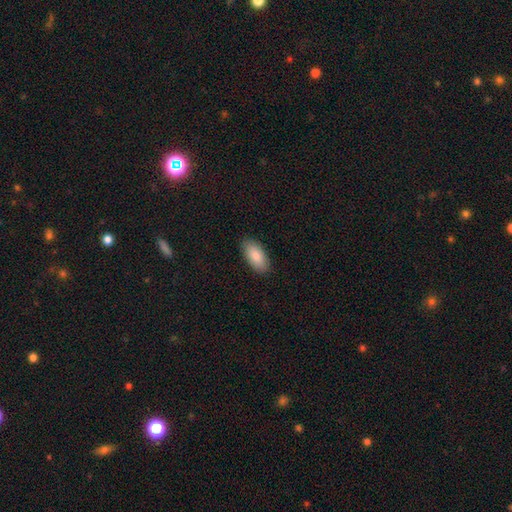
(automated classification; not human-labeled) The model was most divided on "merging": none: 88%, minor disturbance: 9%, major disturbance: 2%, merger: 1%. More confident: how rounded — in between (92%); smooth or featured — smooth (88%).